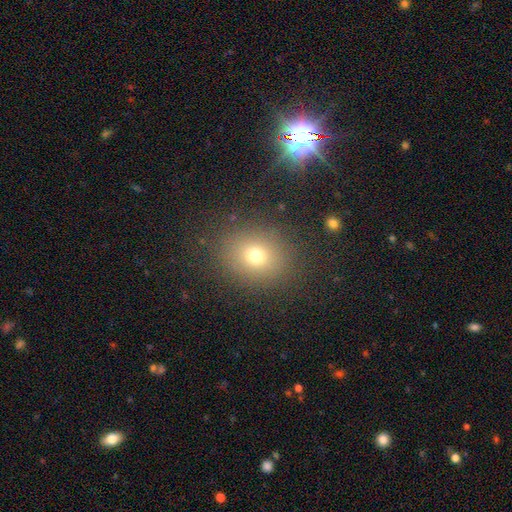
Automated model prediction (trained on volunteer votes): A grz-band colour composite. It shows a smooth galaxy with no disk features (71%) that is round (67%). Merging: none (85%).